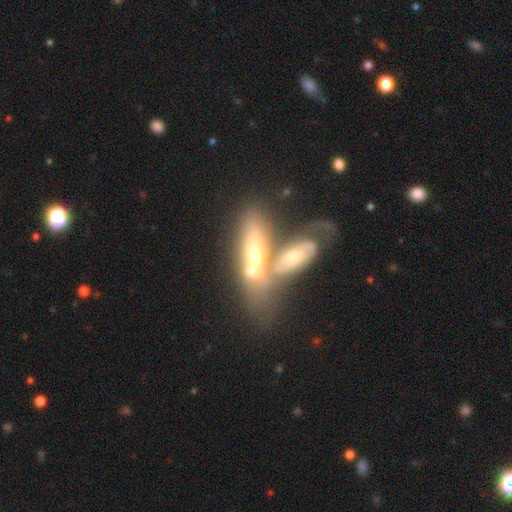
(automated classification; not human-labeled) This appears to be a featured or disk galaxy (54%). Merging: merger (61%).